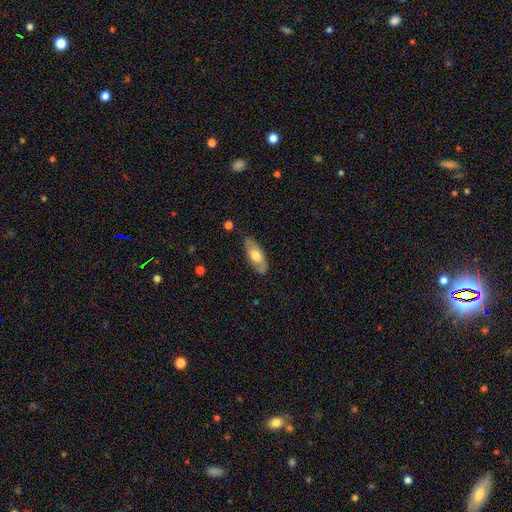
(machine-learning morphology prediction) smooth 56%, featured or disk 38%, star or artifact 5%. Down the decision tree: how rounded — in between (79%); merging — none (80%).